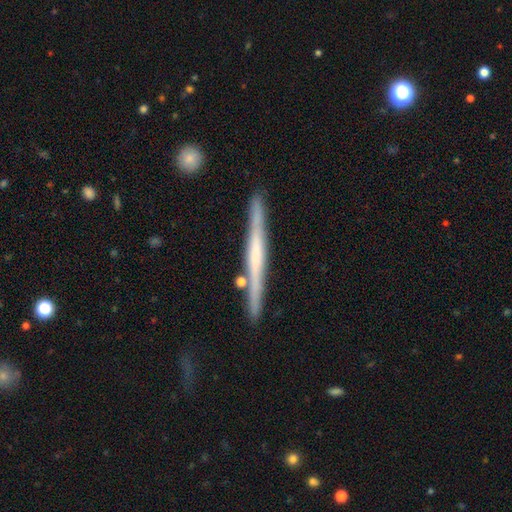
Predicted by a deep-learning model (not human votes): This appears to be a featured or disk galaxy (66%) viewed edge-on (97%) with no central bulge (59%). Merging: none (87%).